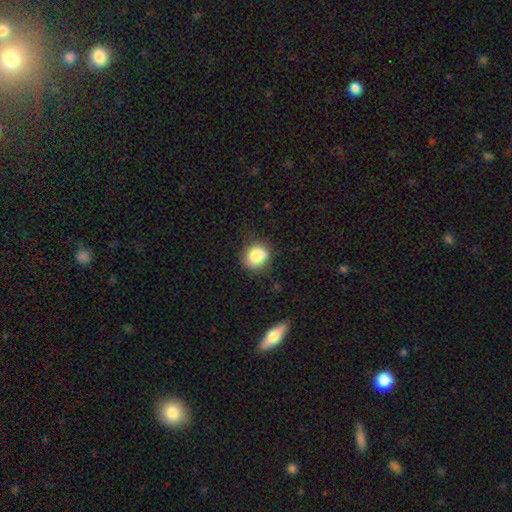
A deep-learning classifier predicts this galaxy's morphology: The model was most divided on "merging": none: 61%, minor disturbance: 22%, merger: 11%, major disturbance: 6%. More confident: smooth or featured — smooth (81%); how rounded — round (77%).